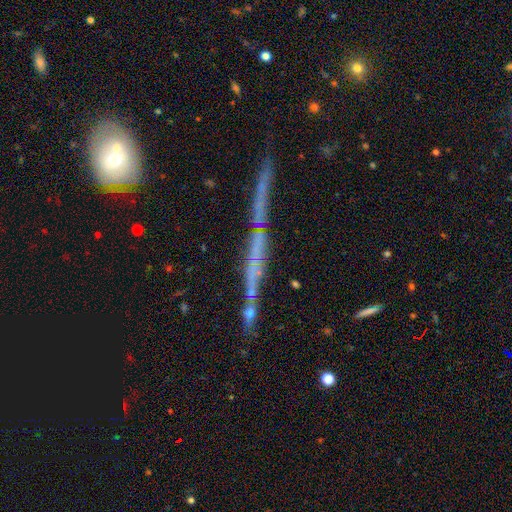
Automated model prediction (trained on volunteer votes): Smooth or featured? featured or disk (57%)
Edge-on disk? yes (90%)
Edge-on bulge? none (75%)
Merging? none (84%)